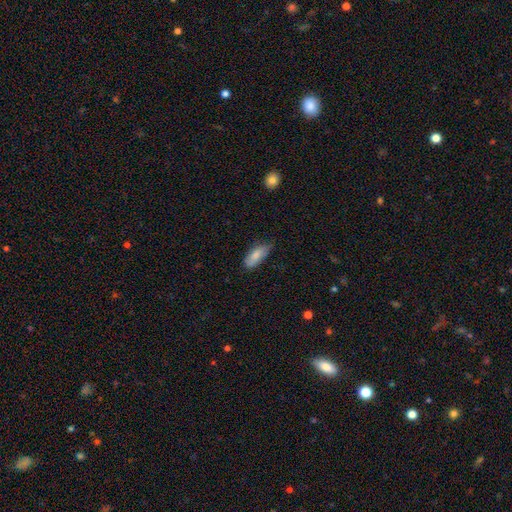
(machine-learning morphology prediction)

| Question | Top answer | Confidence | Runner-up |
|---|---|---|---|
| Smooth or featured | smooth | 81% | featured or disk (12%) |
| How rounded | in between | 80% | cigar-shaped (18%) |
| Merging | none | 60% | minor disturbance (32%) |